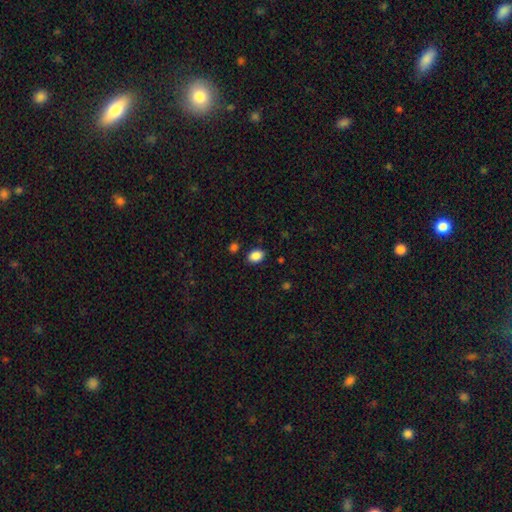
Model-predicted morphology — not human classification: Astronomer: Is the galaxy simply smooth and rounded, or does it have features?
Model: smooth — 87%.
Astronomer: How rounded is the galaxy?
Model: in between — 76%.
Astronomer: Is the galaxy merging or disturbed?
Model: none — 85%.